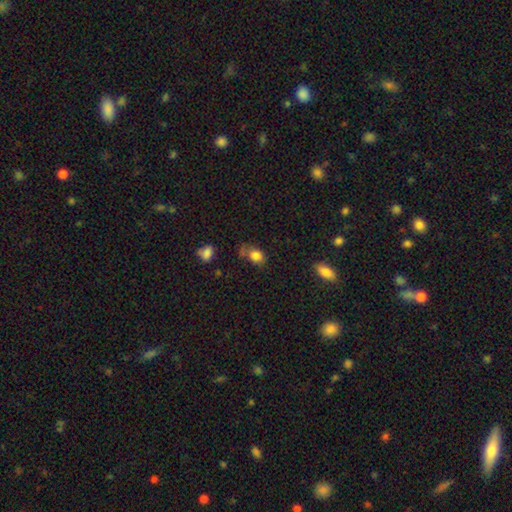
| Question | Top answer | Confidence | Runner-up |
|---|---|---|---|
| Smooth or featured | smooth | 92% | featured or disk (8%) |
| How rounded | round | 59% | in between (41%) |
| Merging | major disturbance | 41% | none (35%) |